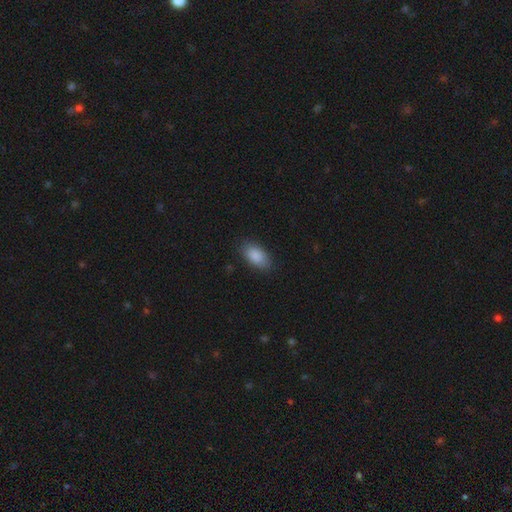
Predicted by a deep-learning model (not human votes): A smooth galaxy with no disk features (88%) that is in between round and cigar-shaped (93%). Merging: none (84%).